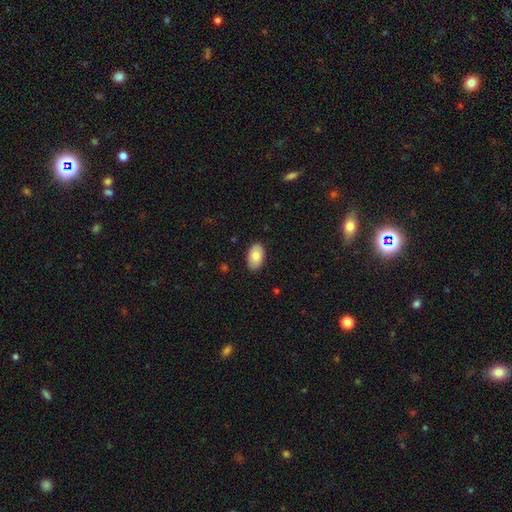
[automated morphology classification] smooth 84%, featured or disk 10%, star or artifact 6%. Down the decision tree: how rounded — in between (94%); merging — none (88%).